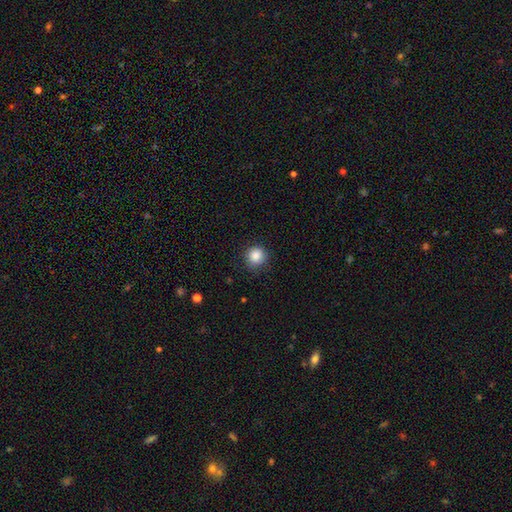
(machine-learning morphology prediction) smooth_or_featured: smooth (p=0.86) [alt: star or artifact p=0.10]
how_rounded: round (p=0.92) [alt: in between p=0.07]
merging: none (p=0.83) [alt: minor disturbance p=0.13]